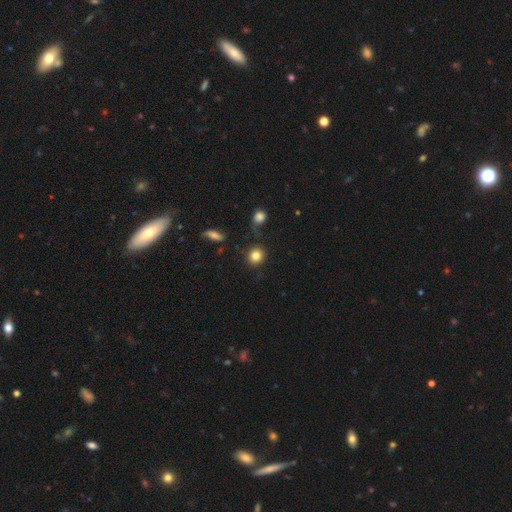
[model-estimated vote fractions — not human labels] smooth_or_featured: smooth (p=0.83) [alt: star or artifact p=0.10]
how_rounded: round (p=0.87) [alt: in between p=0.12]
merging: none (p=0.78) [alt: minor disturbance p=0.11]